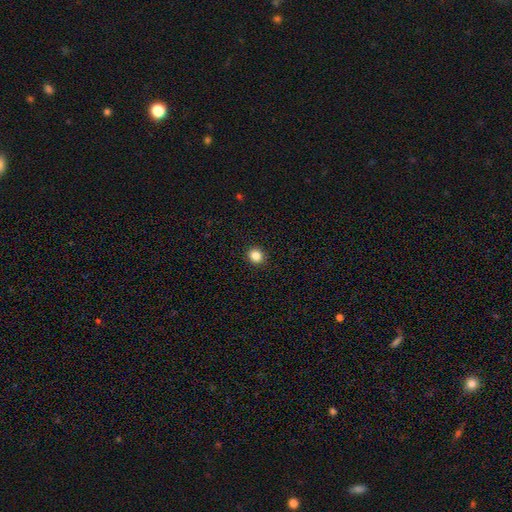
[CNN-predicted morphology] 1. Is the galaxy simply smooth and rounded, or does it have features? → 84% smooth, 11% star or artifact, 5% featured or disk.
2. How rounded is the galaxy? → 84% round, 15% in between, 1% cigar-shaped.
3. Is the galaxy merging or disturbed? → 92% none, 5% minor disturbance, 2% major disturbance, 1% merger.